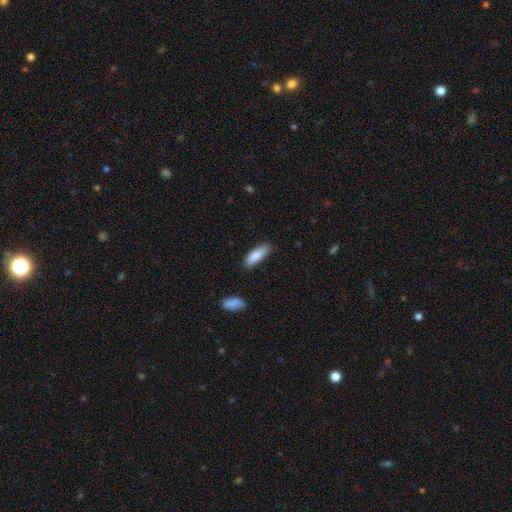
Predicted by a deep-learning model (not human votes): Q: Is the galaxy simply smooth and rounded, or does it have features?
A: smooth — 86%.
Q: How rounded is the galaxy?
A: in between — 61%.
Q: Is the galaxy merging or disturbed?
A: none — 78%.